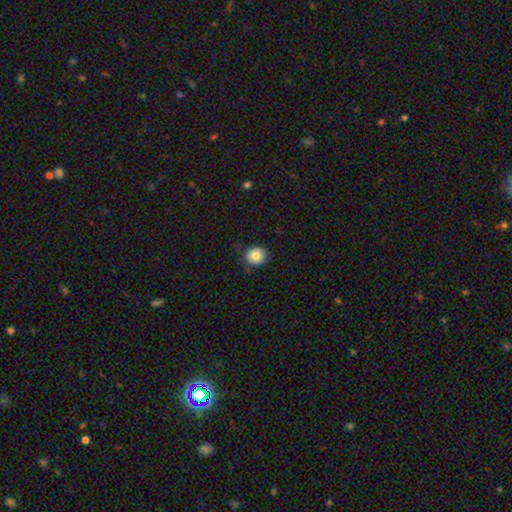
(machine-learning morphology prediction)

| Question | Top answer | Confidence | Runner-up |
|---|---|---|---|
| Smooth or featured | smooth | 83% | star or artifact (9%) |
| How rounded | round | 81% | in between (18%) |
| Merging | none | 82% | minor disturbance (13%) |